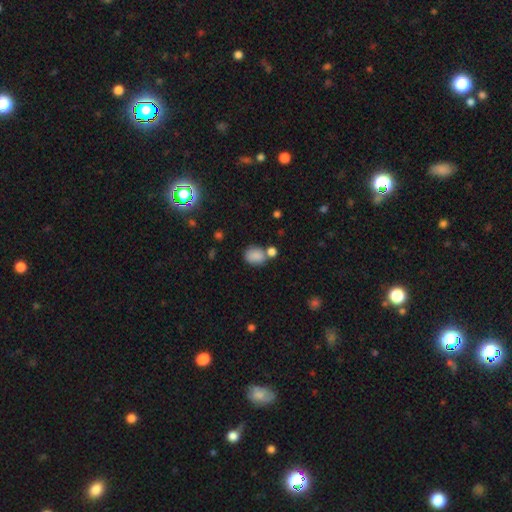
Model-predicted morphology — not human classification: This appears to be a smooth galaxy with no disk features (84%) that is in between round and cigar-shaped (52%). Merging: none (52%).